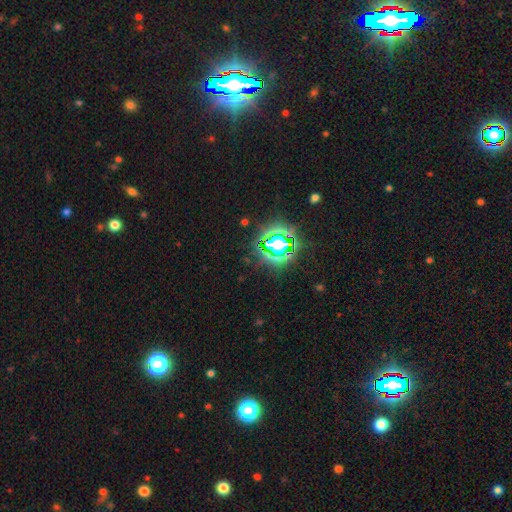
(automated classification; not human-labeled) smooth-or-featured: star or artifact: 81% | smooth: 12% | featured or disk: 7%